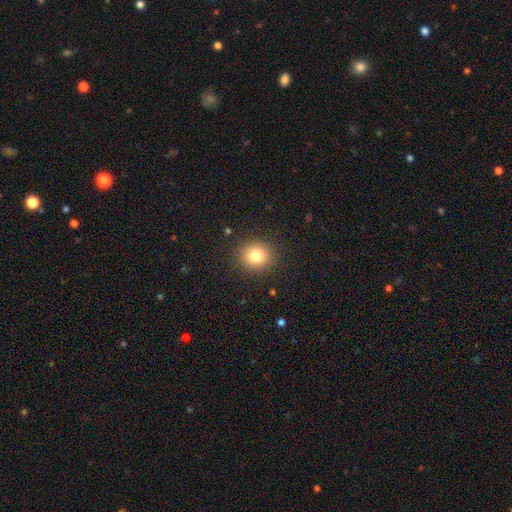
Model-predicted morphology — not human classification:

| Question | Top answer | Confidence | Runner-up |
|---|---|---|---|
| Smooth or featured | smooth | 81% | star or artifact (11%) |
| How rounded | round | 82% | in between (17%) |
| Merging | none | 89% | minor disturbance (7%) |